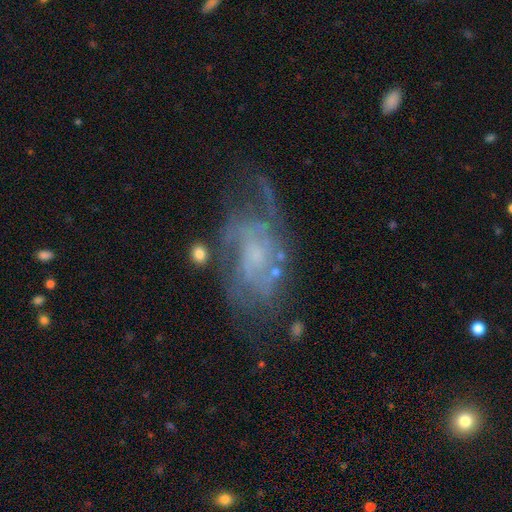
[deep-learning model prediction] Smooth or featured? featured or disk (79%)
Edge-on disk? no (96%)
Bar? no (66%)
Spiral arms? yes (86%)
Spiral winding? medium (43%)
Spiral arm count? can't tell (35%)
Bulge size? small (48%)
Merging? none (50%)